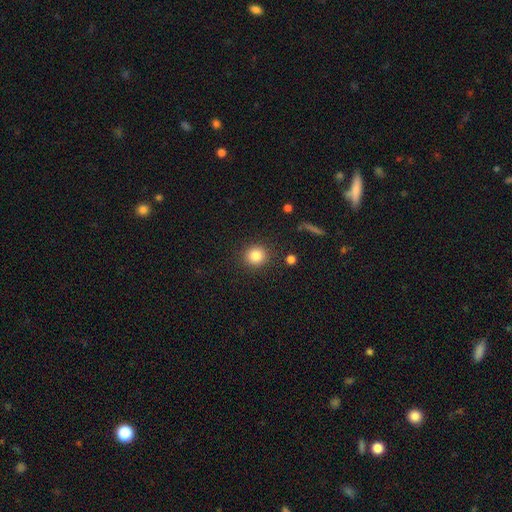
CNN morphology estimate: smooth-or-featured: smooth: 84% | star or artifact: 11% | featured or disk: 6%
  how-rounded: round: 90% | in between: 9% | cigar-shaped: 1%
  merging: none: 89% | minor disturbance: 7% | major disturbance: 3% | merger: 2%